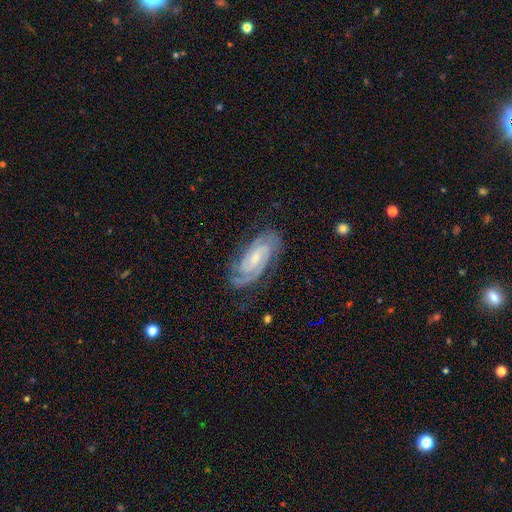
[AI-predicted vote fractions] Smooth or featured: featured or disk — 90% (smooth — 5%)
Edge-on disk: no — 96% (yes — 4%)
Bar: weak — 44% (no — 38%)
Spiral arms: yes — 98% (no — 2%)
Spiral winding: tight — 69% (medium — 27%)
Spiral arm count: 2 — 64% (3 — 18%)
Bulge size: small — 64% (moderate — 27%)
Merging: none — 80% (minor disturbance — 15%)